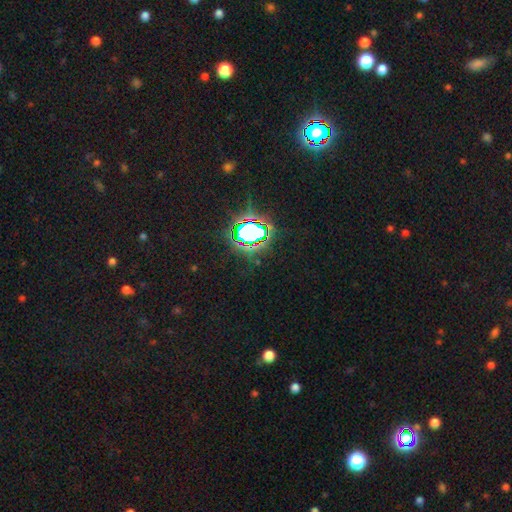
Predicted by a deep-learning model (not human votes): A star or artifact, not a galaxy (80%).

Vote fractions:
- Smooth or featured? star or artifact: 80% / smooth: 13% / featured or disk: 7%